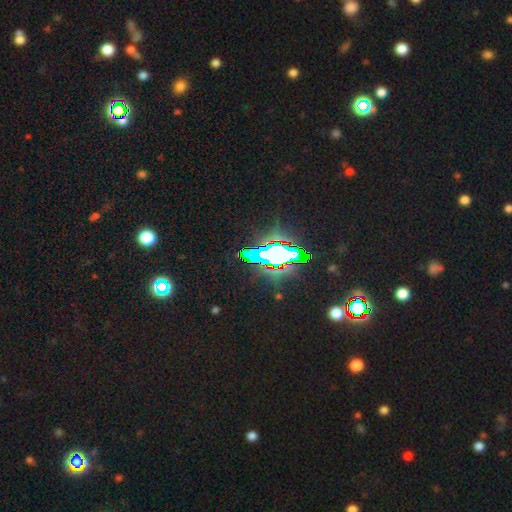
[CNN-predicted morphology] Overall: star or artifact (71%).